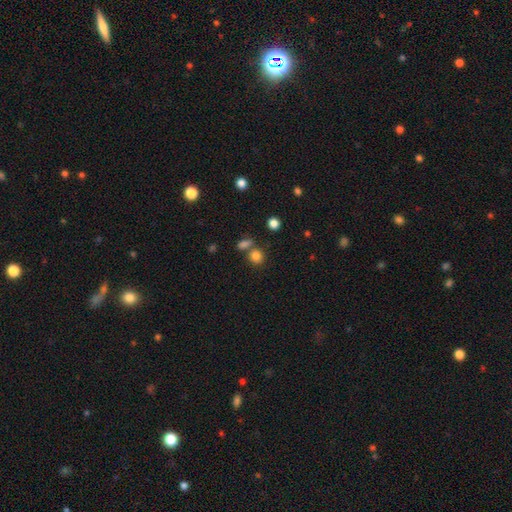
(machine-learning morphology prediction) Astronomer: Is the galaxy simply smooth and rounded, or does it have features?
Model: smooth — 82%.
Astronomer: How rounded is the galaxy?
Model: round — 77%.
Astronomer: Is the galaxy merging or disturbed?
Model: none — 62%.